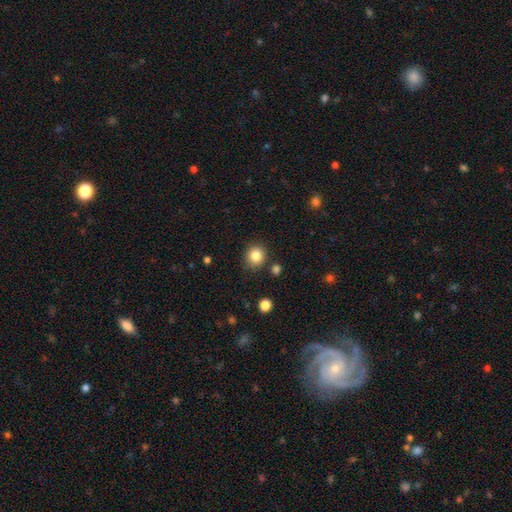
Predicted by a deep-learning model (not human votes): Morphology: type=smooth (84%); roundness=round (83%); merging=none (84%).